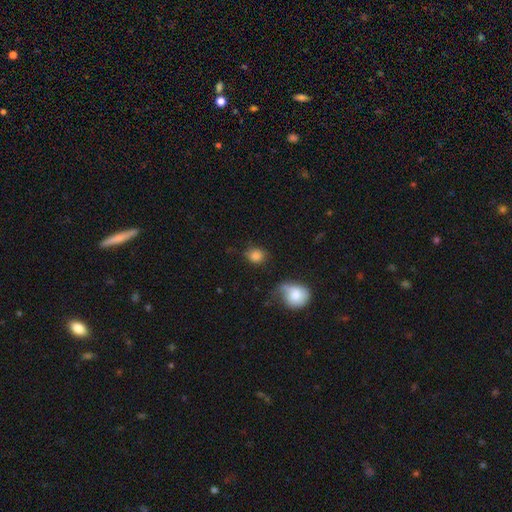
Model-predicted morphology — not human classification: A smooth galaxy with no disk features (82%) that is round (73%).

Vote fractions:
- Smooth or featured? smooth: 82% / star or artifact: 10% / featured or disk: 8%
- How rounded? round: 73% / in between: 26% / cigar-shaped: 1%
- Merging? none: 64% / minor disturbance: 22% / major disturbance: 8% / merger: 6%